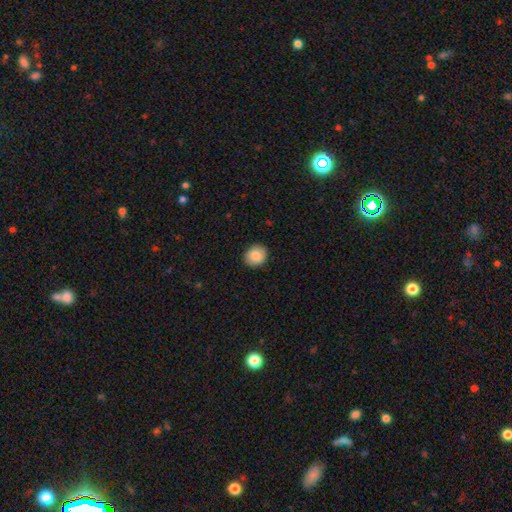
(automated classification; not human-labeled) A smooth galaxy with no disk features (86%) that is round (82%).

Vote fractions:
- Smooth or featured? smooth: 86% / star or artifact: 8% / featured or disk: 6%
- How rounded? round: 82% / in between: 17% / cigar-shaped: 1%
- Merging? none: 91% / minor disturbance: 7% / major disturbance: 2% / merger: 1%